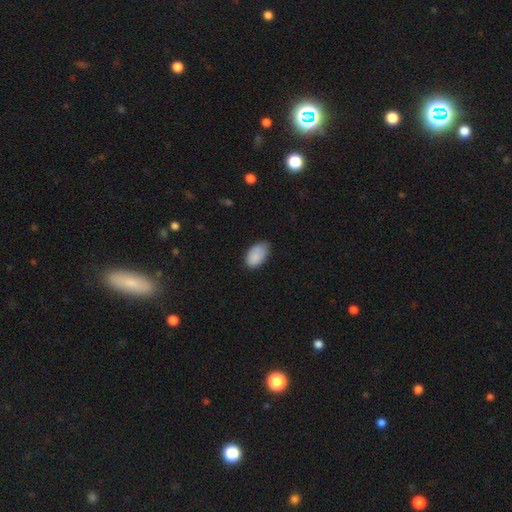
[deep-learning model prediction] A smooth galaxy with no disk features (87%) that is in between round and cigar-shaped (94%).

Vote fractions:
- Smooth or featured? smooth: 87% / star or artifact: 7% / featured or disk: 6%
- How rounded? in between: 94% / round: 5% / cigar-shaped: 1%
- Merging? none: 61% / minor disturbance: 32% / major disturbance: 5% / merger: 2%